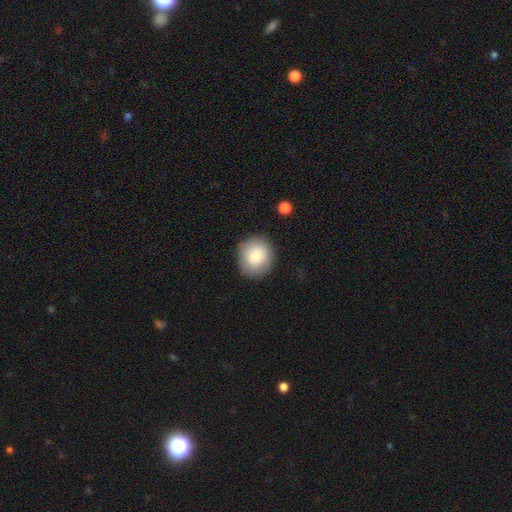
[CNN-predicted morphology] Smooth or featured: smooth — 82% (featured or disk — 11%)
How rounded: round — 77% (in between — 22%)
Merging: none — 84% (minor disturbance — 11%)